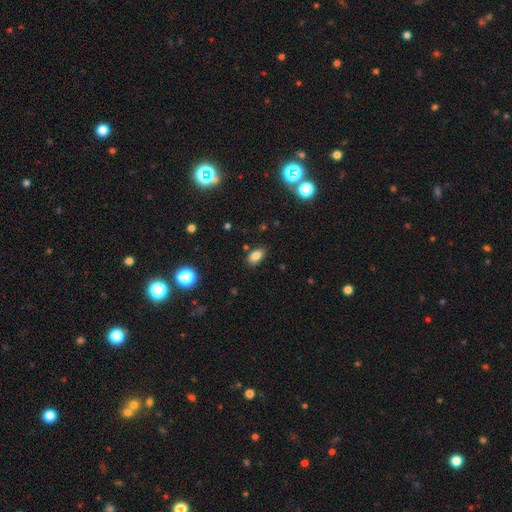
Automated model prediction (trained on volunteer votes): A smooth galaxy with no disk features (82%) that is in between round and cigar-shaped (89%). Merging: none (84%).